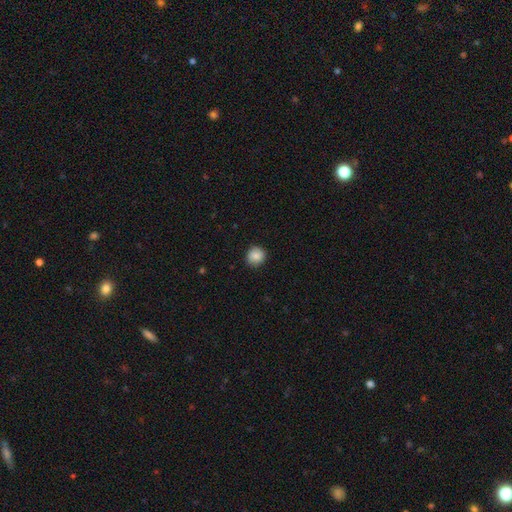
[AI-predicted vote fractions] The model was most divided on "smooth or featured": smooth: 85%, star or artifact: 9%, featured or disk: 6%. More confident: how rounded — round (90%); merging — none (88%).